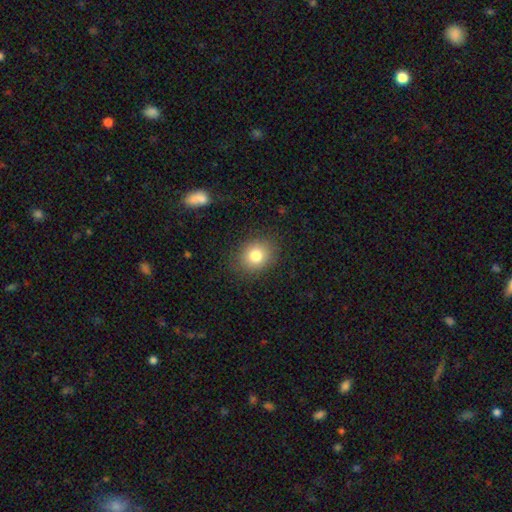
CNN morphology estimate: Overall: smooth (80%). How rounded: round (63%; in between 36%). Merging: none (85%).